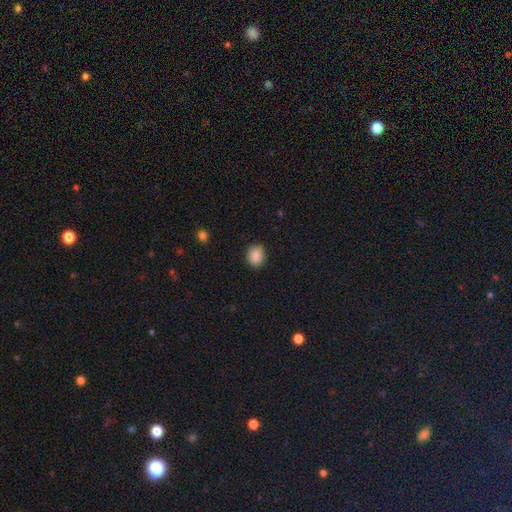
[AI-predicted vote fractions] A smooth galaxy with no disk features (88%) that is round (56%).

Vote fractions:
- Smooth or featured? smooth: 88% / star or artifact: 9% / featured or disk: 3%
- How rounded? round: 56% / in between: 43% / cigar-shaped: 1%
- Merging? none: 87% / minor disturbance: 10% / major disturbance: 2% / merger: 1%